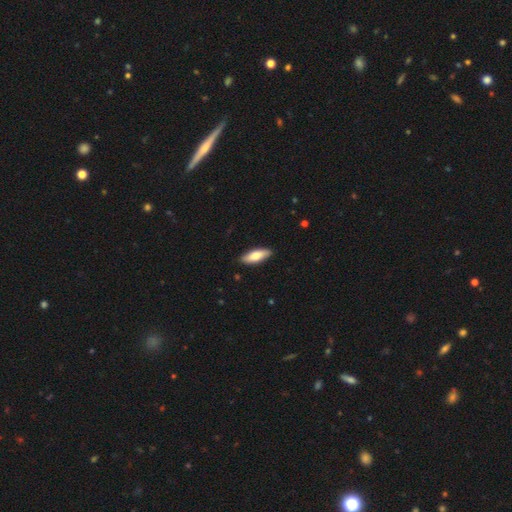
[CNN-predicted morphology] A smooth galaxy with no disk features (75%) that is in between round and cigar-shaped (61%). Merging: none (88%).